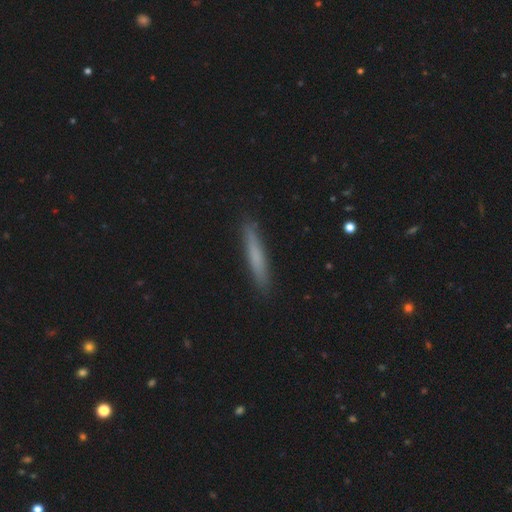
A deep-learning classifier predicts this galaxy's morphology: This is likely a smooth galaxy (67%). How rounded: clearly cigar-shaped (95%). Merging: clearly none (90%).